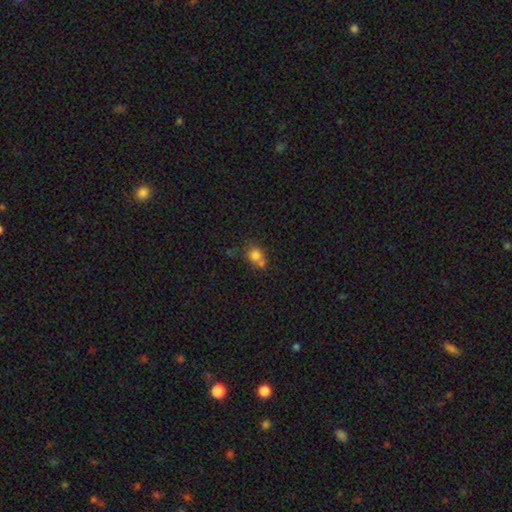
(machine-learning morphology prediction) A smooth galaxy with no disk features (77%) that is round (73%). Merging: none (42%, tied with merger).